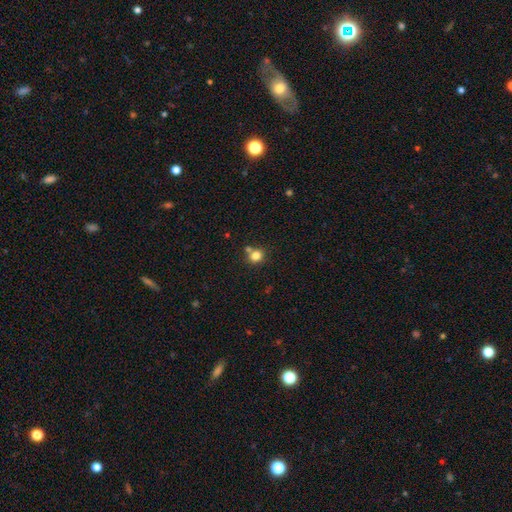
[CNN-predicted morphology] Smooth or featured? smooth (81%)
How rounded? round (80%)
Merging? none (62%)